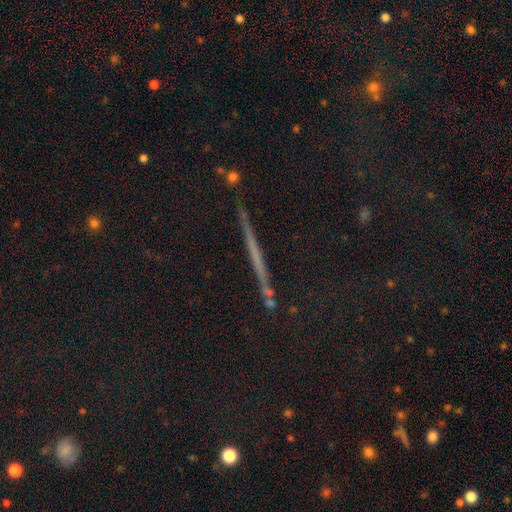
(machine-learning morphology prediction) Smooth or featured?
  - featured or disk: 41% *
  - star or artifact: 32%
  - smooth: 27%
Merging?
  - none: 89% *
  - minor disturbance: 7%
  - merger: 2%
  - major disturbance: 2%